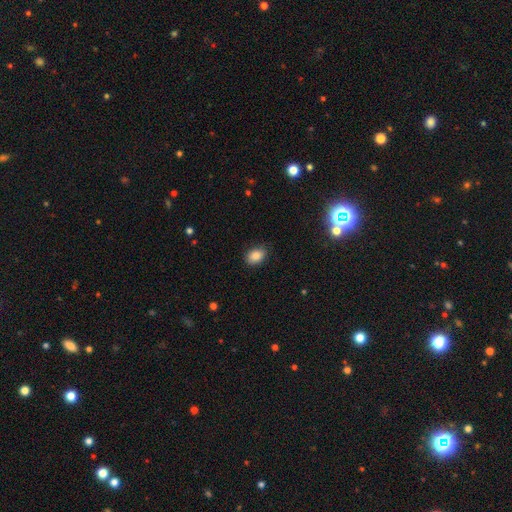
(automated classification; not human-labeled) A smooth galaxy with no disk features (85%) that is in between round and cigar-shaped (77%).

Vote fractions:
- Smooth or featured? smooth: 85% / star or artifact: 10% / featured or disk: 6%
- How rounded? in between: 77% / round: 22% / cigar-shaped: 1%
- Merging? none: 84% / minor disturbance: 13% / major disturbance: 3% / merger: 1%